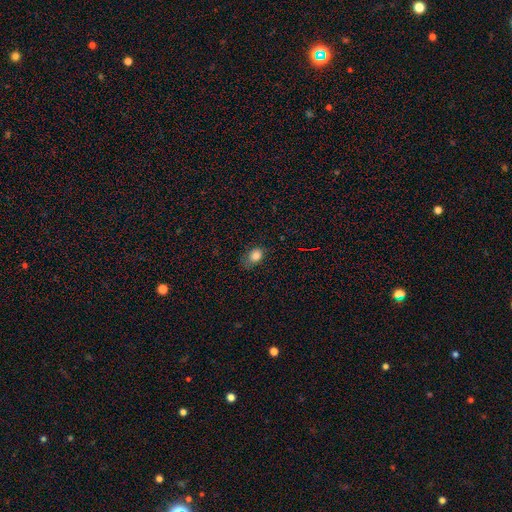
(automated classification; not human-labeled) A smooth galaxy with no disk features (82%) that is in between round and cigar-shaped (61%). Merging: none (58%).